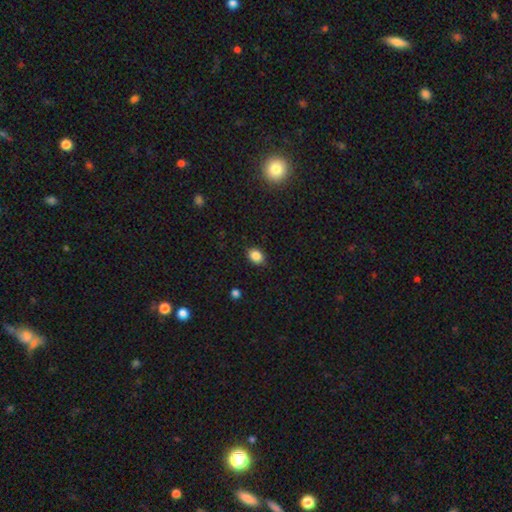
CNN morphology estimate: Smooth or featured? smooth (86%)
How rounded? in between (67%)
Merging? none (86%)